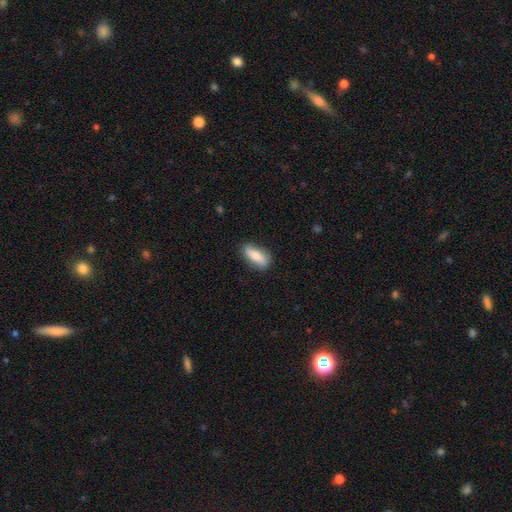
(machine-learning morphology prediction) This is likely a smooth galaxy (70%). How rounded: likely in between (71%). Merging: clearly none (82%).